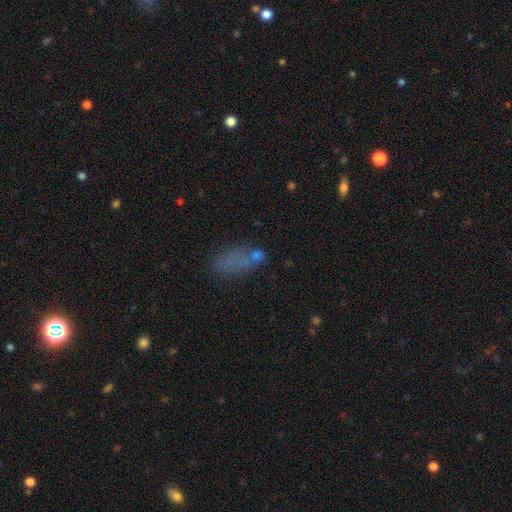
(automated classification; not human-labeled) smooth 59%, featured or disk 21%, star or artifact 19%. Down the decision tree: how rounded — in between (78%); merging — none (38%).